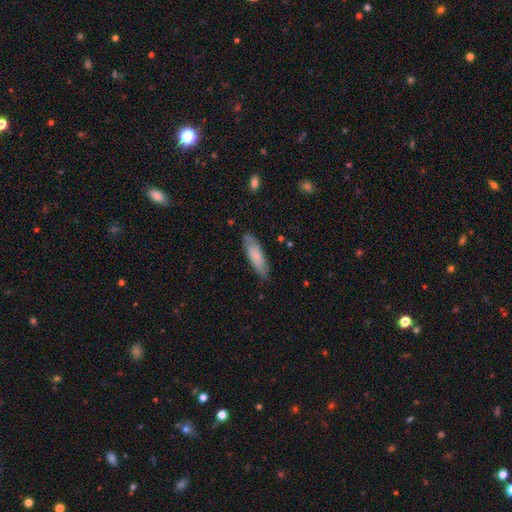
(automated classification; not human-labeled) A smooth galaxy with no disk features (70%) that is cigar-shaped (56%). Merging: none (80%).